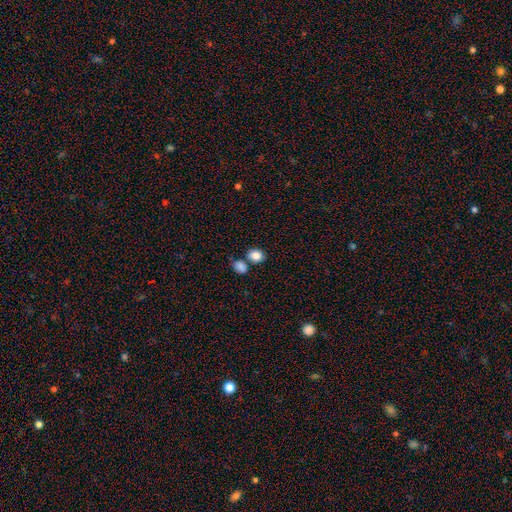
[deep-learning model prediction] This is clearly a smooth galaxy (85%). How rounded: possibly round (54%). Merging: likely none (63%).